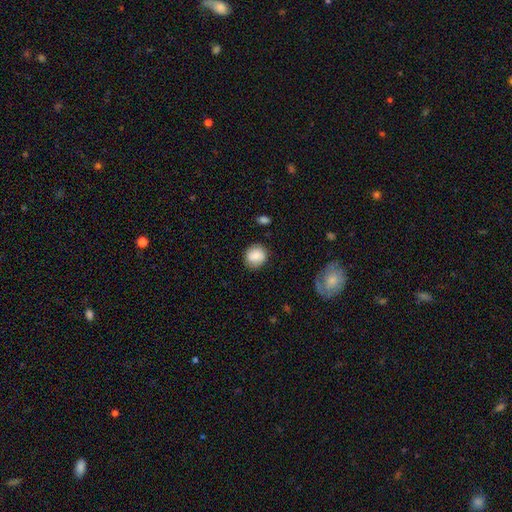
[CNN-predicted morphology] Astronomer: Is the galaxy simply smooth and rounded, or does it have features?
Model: smooth — 81%.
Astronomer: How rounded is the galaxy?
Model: round — 84%.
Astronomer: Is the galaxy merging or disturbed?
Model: none — 83%.